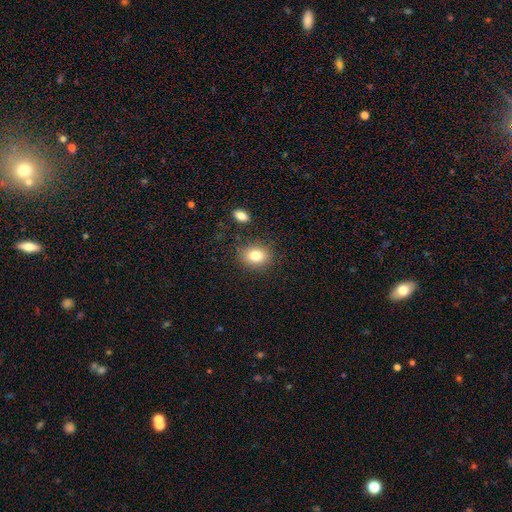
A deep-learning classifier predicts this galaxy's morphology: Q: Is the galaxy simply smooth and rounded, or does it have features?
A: smooth — 81%.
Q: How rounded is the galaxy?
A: round — 52%.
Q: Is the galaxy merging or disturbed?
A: none — 84%.